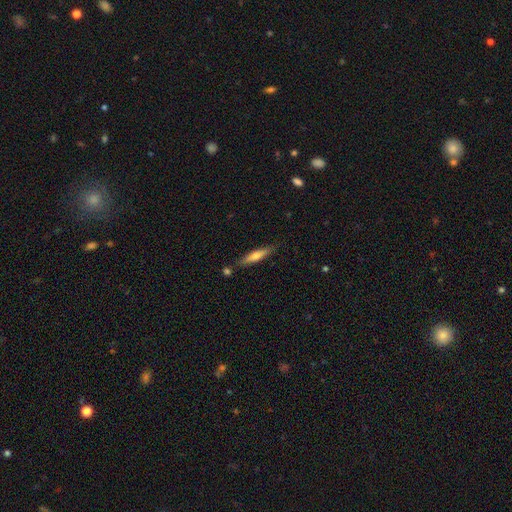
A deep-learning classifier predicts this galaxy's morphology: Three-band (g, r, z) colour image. It shows a smooth galaxy with no disk features (53%) that is cigar-shaped (85%). Merging: none (82%).